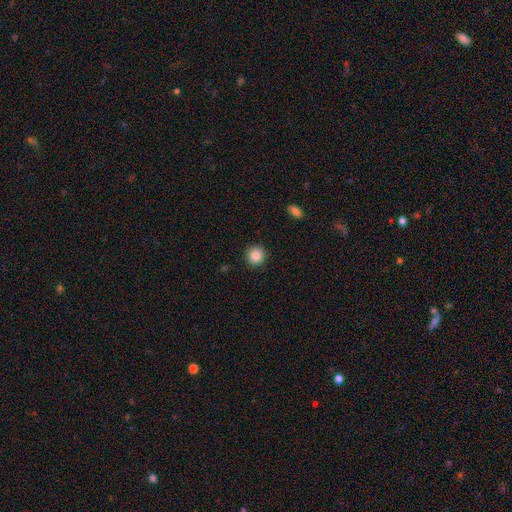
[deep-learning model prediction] Overall: smooth (86%). How rounded: round (93%). Merging: none (91%).